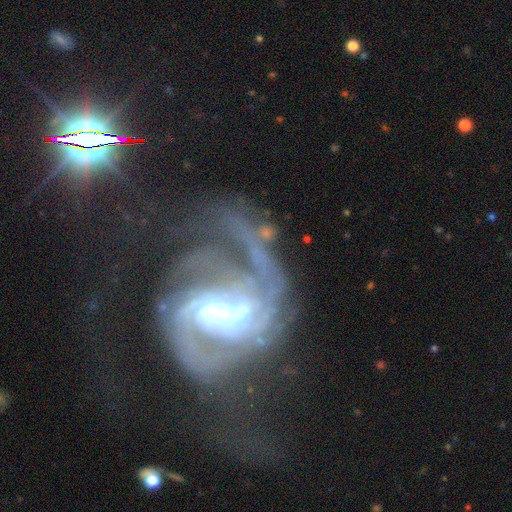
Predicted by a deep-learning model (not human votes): Q: Smooth or featured?
A: featured or disk (89%); runner-up: star or artifact (7%)
Q: Edge-on disk?
A: no (98%); runner-up: yes (2%)
Q: Bar?
A: strong (48%); runner-up: weak (40%)
Q: Spiral arms?
A: yes (95%); runner-up: no (5%)
Q: Spiral winding?
A: medium (48%); runner-up: tight (28%)
Q: Spiral arm count?
A: 2 (56%); runner-up: can't tell (14%)
Q: Bulge size?
A: moderate (46%); runner-up: small (29%)
Q: Merging?
A: major disturbance (42%); runner-up: none (34%)